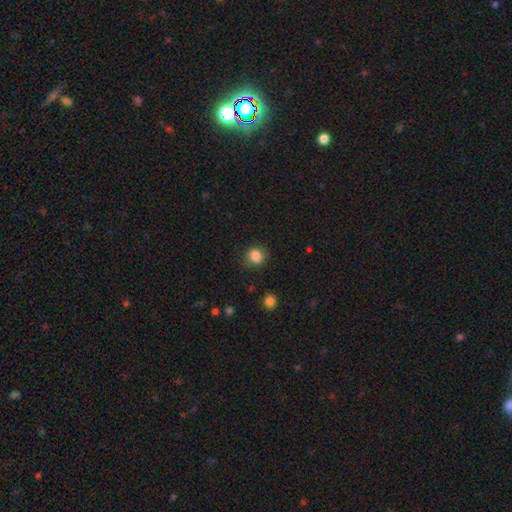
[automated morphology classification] Smooth or featured? Predicted: smooth (p=0.84). How rounded? Predicted: round (p=0.71). Merging? Predicted: none (p=0.77).